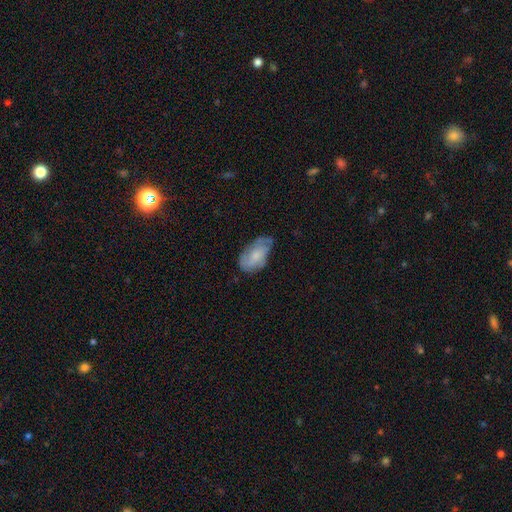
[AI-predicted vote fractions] A smooth galaxy with no disk features (47%).

Vote fractions:
- Smooth or featured? smooth: 47% / featured or disk: 46% / star or artifact: 7%
- Merging? none: 49% / minor disturbance: 35% / major disturbance: 14% / merger: 2%